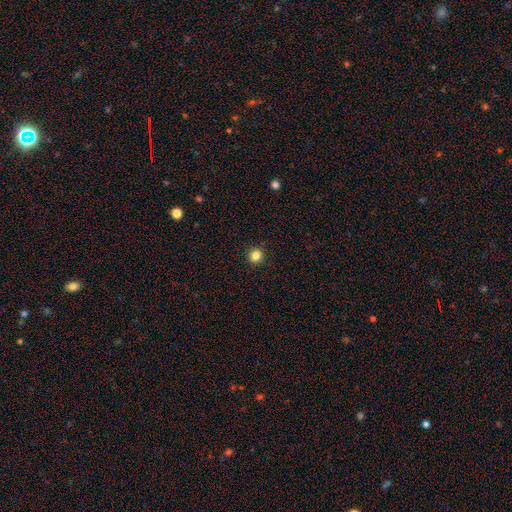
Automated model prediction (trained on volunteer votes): smooth 84%, star or artifact 12%, featured or disk 4%. Down the decision tree: how rounded — round (90%); merging — none (92%).